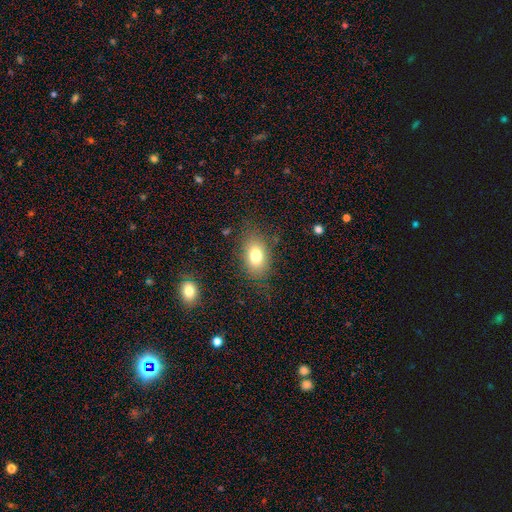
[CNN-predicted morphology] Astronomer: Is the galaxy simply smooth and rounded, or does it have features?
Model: smooth — 76%.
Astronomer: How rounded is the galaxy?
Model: in between — 82%.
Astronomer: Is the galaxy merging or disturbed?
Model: none — 79%.